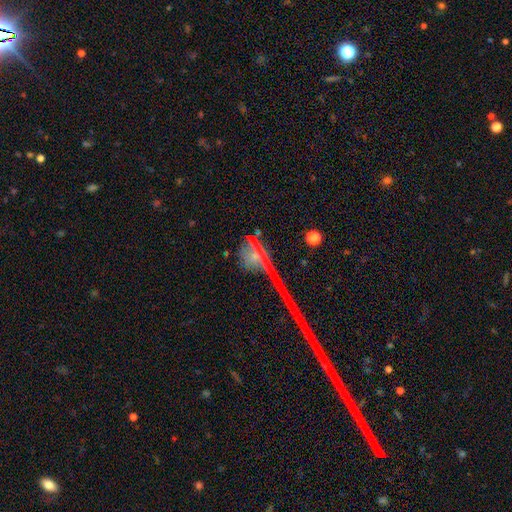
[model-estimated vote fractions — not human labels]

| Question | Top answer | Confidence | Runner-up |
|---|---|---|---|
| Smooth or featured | featured or disk | 37% | star or artifact (33%) |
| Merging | none | 45% | merger (21%) |